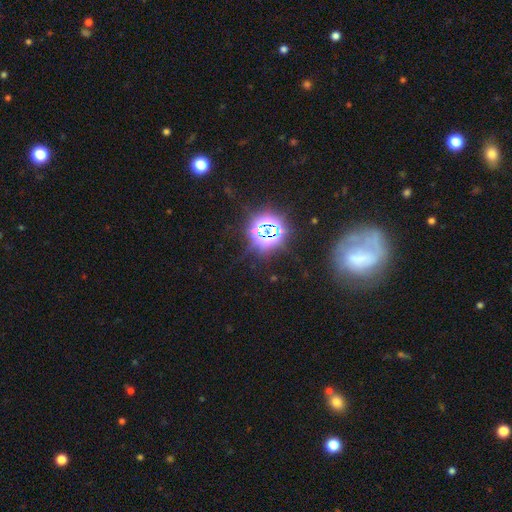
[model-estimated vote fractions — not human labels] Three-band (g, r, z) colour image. It shows a star or artifact, not a galaxy (50%).